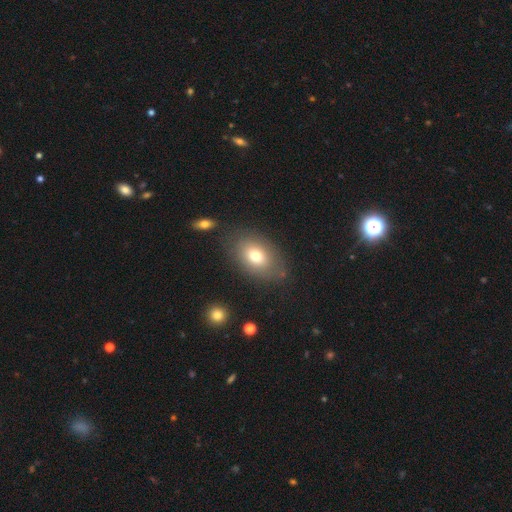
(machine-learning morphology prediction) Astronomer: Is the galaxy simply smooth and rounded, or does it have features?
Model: smooth — 74%.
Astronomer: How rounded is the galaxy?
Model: in between — 83%.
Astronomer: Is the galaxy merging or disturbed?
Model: none — 76%.